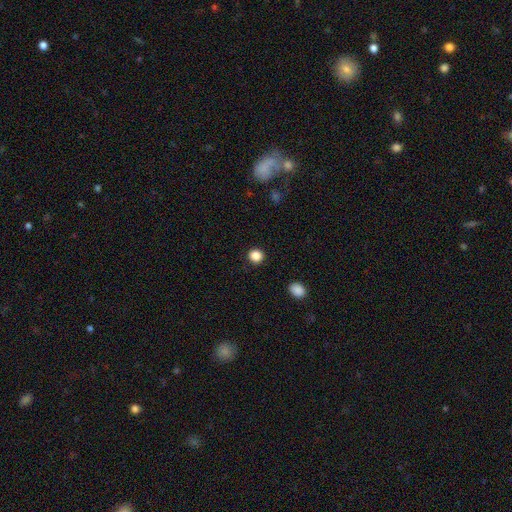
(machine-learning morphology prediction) Overall: smooth (87%). How rounded: round (88%). Merging: none (91%).